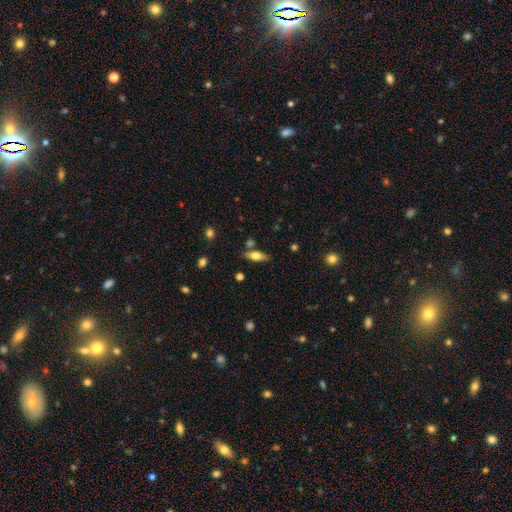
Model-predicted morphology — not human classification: type=smooth (66%); roundness=in between (70%); merging=none (77%).